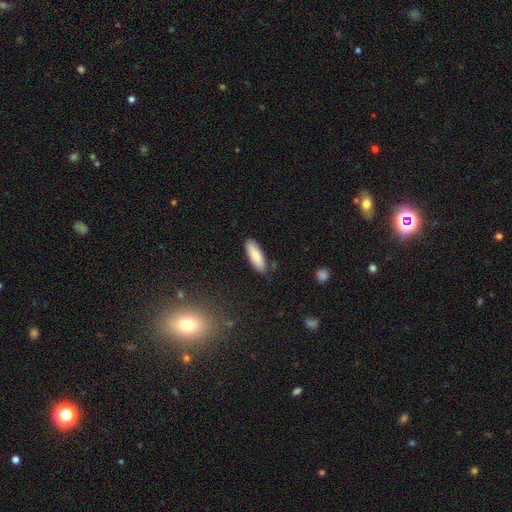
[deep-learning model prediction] A smooth galaxy with no disk features (81%) that is in between round and cigar-shaped (57%). Merging: none (84%).